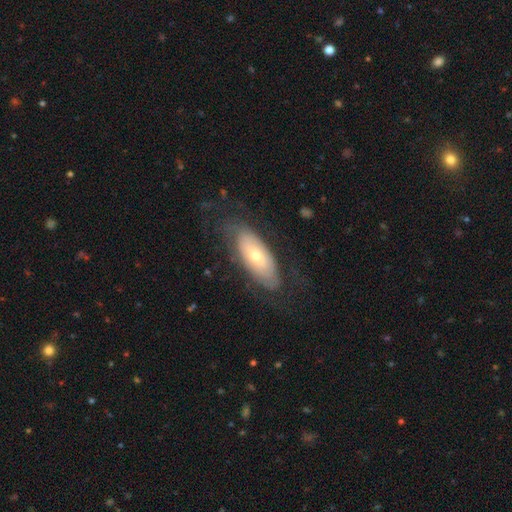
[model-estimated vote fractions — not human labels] This appears to be a featured or disk galaxy (49%). Merging: none (69%).